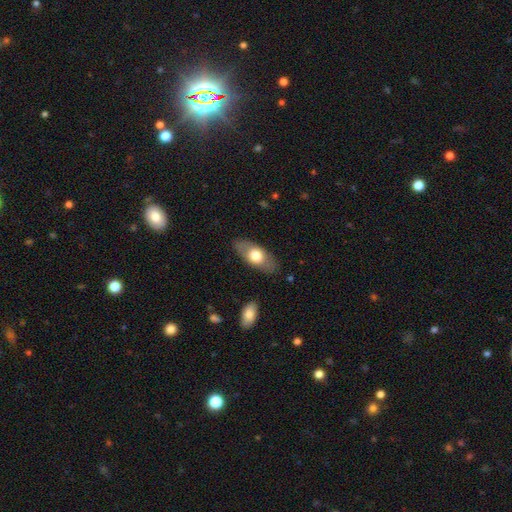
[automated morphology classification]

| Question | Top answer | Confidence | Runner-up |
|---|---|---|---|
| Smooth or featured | smooth | 61% | featured or disk (33%) |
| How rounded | in between | 86% | cigar-shaped (9%) |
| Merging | none | 82% | minor disturbance (13%) |